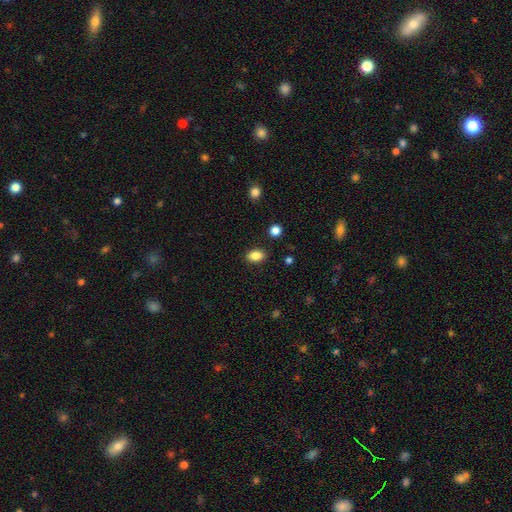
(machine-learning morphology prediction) Smooth or featured? Predicted: smooth (p=0.86). How rounded? Predicted: in between (p=0.82). Merging? Predicted: none (p=0.88).